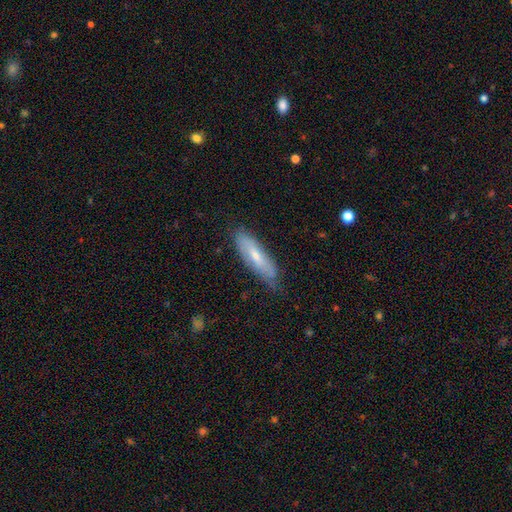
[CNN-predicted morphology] Q: Smooth or featured?
A: smooth (60%); runner-up: featured or disk (34%)
Q: How rounded?
A: cigar-shaped (57%); runner-up: in between (41%)
Q: Merging?
A: none (70%); runner-up: minor disturbance (24%)